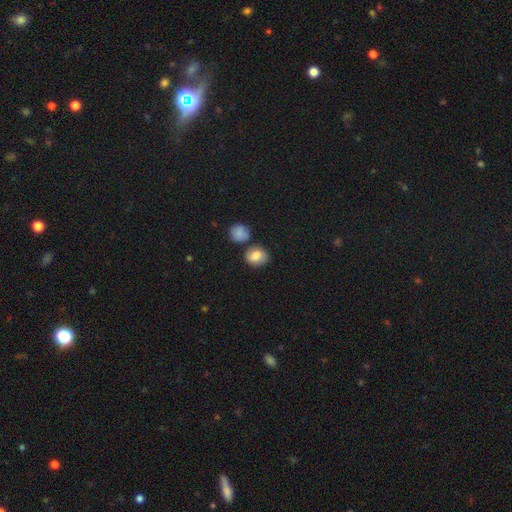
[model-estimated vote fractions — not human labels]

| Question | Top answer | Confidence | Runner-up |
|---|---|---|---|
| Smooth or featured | smooth | 78% | featured or disk (13%) |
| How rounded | round | 53% | in between (46%) |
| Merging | none | 67% | minor disturbance (16%) |